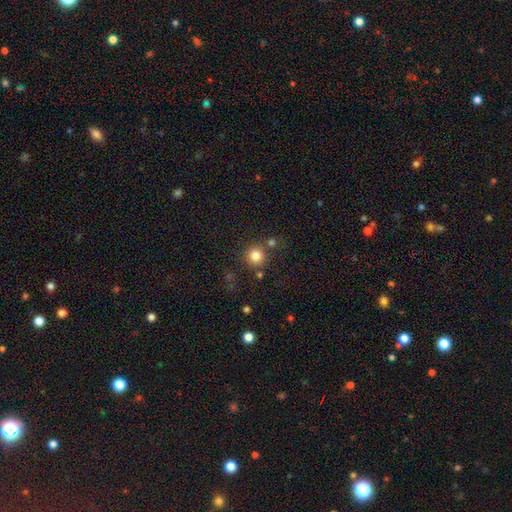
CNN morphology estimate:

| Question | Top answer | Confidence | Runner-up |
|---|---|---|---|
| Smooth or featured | smooth | 82% | star or artifact (12%) |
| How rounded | round | 94% | in between (5%) |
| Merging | none | 77% | merger (11%) |